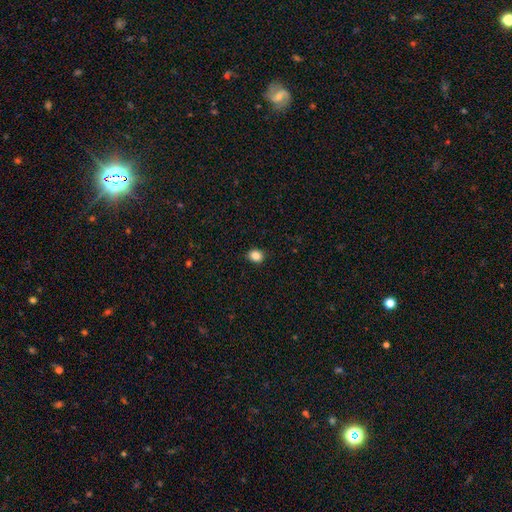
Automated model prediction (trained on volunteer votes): This appears to be a smooth galaxy with no disk features (86%) that is round (61%). Merging: none (90%).